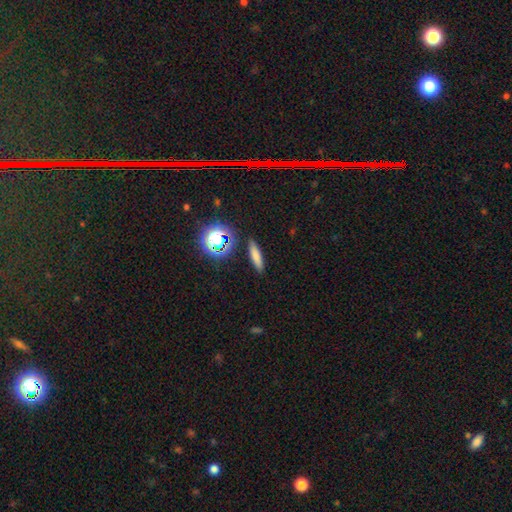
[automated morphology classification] type=smooth (73%); roundness=cigar-shaped (71%); merging=none (87%).